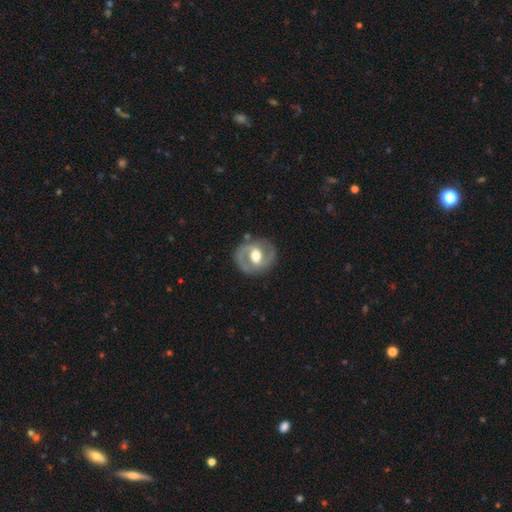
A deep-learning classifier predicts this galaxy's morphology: Overall: featured or disk (80%). Edge-on disk: no (97%). Bar: weak (44%; no 31%). Spiral arms: yes (84%). Spiral arm count: 2 (88%). Spiral winding: medium (51%; tight 33%). Bulge size: moderate (71%). Merging: none (83%).